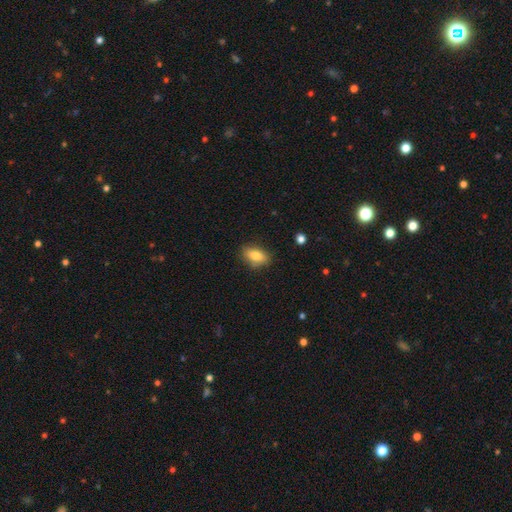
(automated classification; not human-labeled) Smooth or featured? Predicted: smooth (p=0.83). How rounded? Predicted: in between (p=0.87). Merging? Predicted: none (p=0.81).